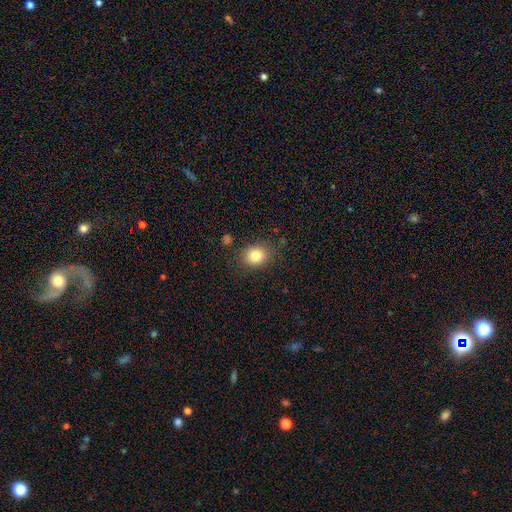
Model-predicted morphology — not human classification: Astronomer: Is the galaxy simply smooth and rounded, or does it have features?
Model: smooth — 81%.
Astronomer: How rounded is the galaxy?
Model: round — 61% (runner-up: in between, 38%).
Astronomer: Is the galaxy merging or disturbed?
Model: none — 82%.